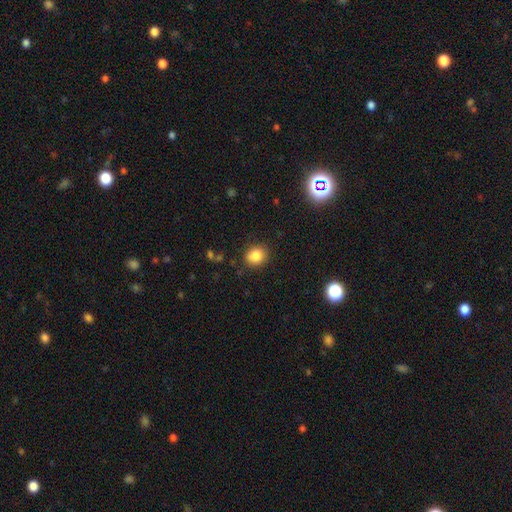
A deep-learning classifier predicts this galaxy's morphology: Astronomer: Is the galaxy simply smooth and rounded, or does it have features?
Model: smooth — 84%.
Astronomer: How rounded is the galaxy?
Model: round — 64%.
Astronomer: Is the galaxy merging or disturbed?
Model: none — 86%.